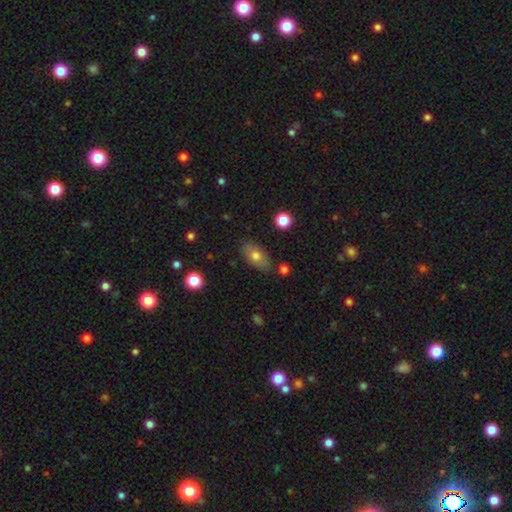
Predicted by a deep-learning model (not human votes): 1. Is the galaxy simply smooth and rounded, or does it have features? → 72% smooth, 19% featured or disk, 8% star or artifact.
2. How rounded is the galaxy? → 88% in between, 6% round, 6% cigar-shaped.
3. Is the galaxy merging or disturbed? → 80% none, 13% minor disturbance, 3% merger, 3% major disturbance.